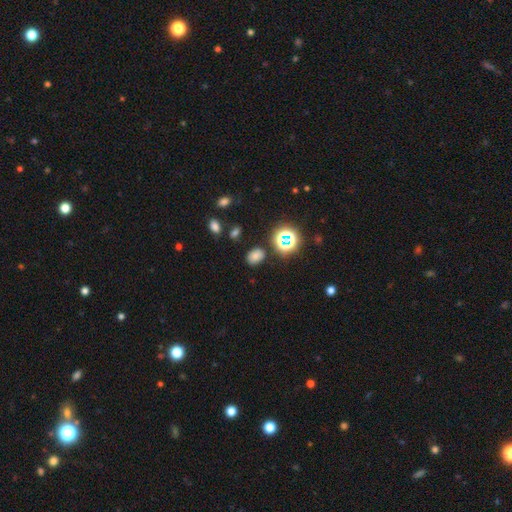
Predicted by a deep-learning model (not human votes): Smooth or featured: smooth — 71% (star or artifact — 22%)
How rounded: in between — 66% (round — 33%)
Merging: none — 81% (minor disturbance — 12%)